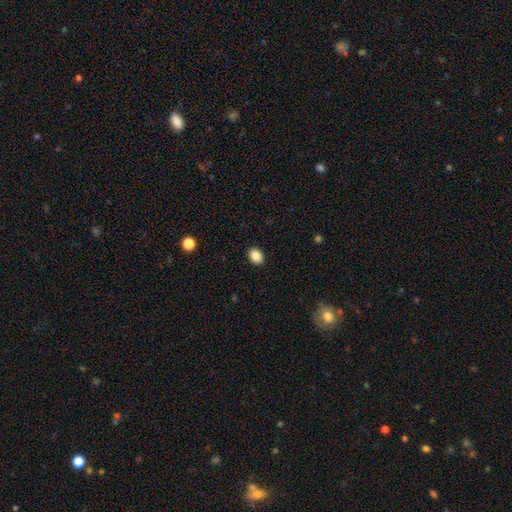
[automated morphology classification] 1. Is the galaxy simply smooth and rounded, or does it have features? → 87% smooth, 9% star or artifact, 4% featured or disk.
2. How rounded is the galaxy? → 63% in between, 36% round, 1% cigar-shaped.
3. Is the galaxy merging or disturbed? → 90% none, 7% minor disturbance, 2% major disturbance, 1% merger.